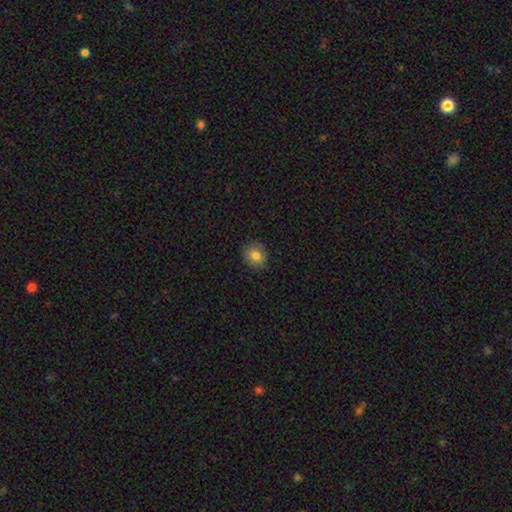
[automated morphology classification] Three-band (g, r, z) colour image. It shows a smooth galaxy with no disk features (83%) that is round (65%). Merging: none (87%).